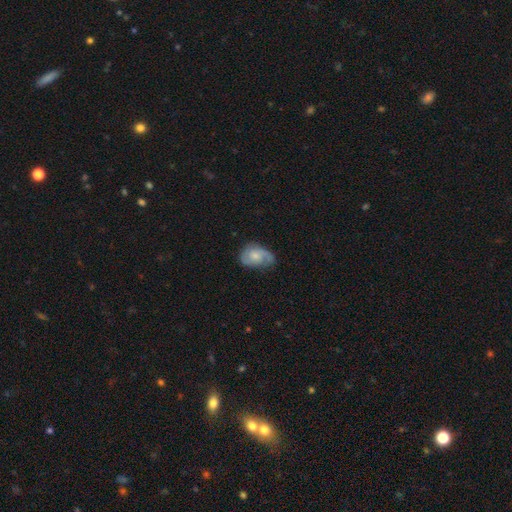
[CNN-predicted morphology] A featured or disk galaxy (54%) with no bar (73%), spiral arms (85%) and a small central bulge (46%).

Vote fractions:
- Smooth or featured? featured or disk: 54% / smooth: 40% / star or artifact: 7%
- Edge-on disk? no: 97% / yes: 3%
- Bar? no: 73% / weak: 24% / strong: 3%
- Spiral arms? yes: 85% / no: 15%
- Bulge size? small: 46% / moderate: 36% / none: 11% / large: 5% / dominant: 1%
- Merging? none: 51% / minor disturbance: 31% / major disturbance: 16% / merger: 2%